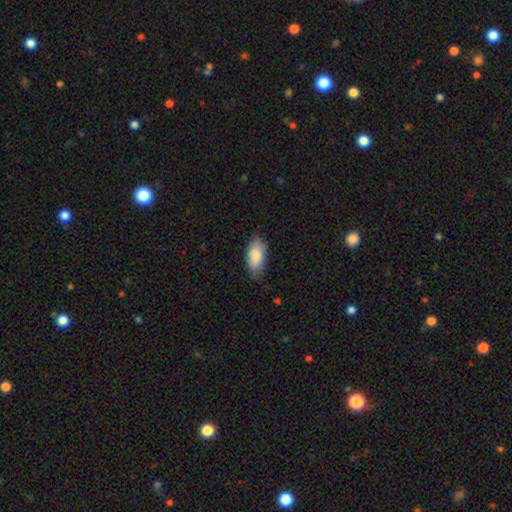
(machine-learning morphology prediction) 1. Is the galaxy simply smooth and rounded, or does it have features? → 88% smooth, 6% featured or disk, 6% star or artifact.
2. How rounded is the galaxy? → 92% in between, 6% cigar-shaped, 2% round.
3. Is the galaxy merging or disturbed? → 82% none, 14% minor disturbance, 3% major disturbance, 1% merger.